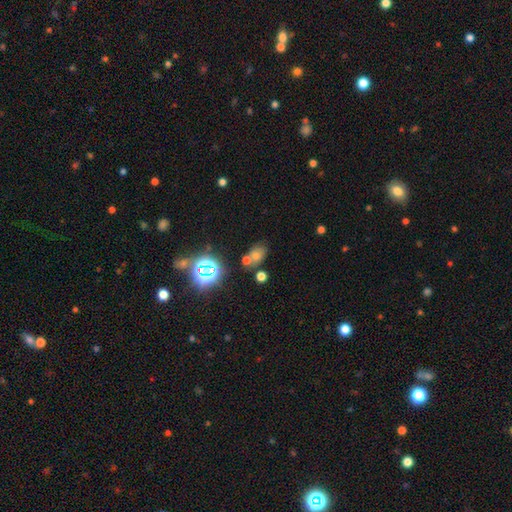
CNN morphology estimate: smooth_or_featured: star or artifact (p=0.46) [alt: smooth p=0.42]